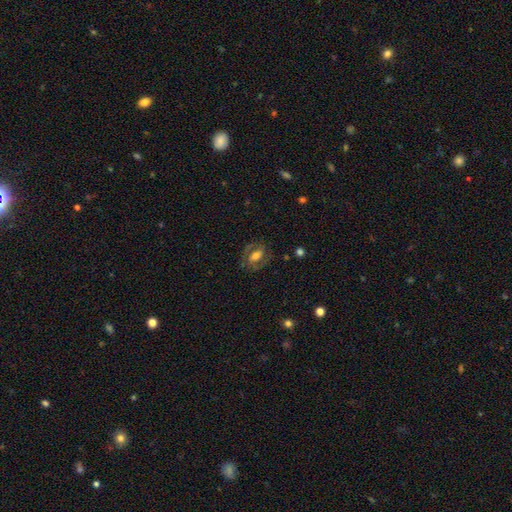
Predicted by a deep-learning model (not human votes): Smooth or featured?
  - featured or disk: 49% *
  - smooth: 42%
  - star or artifact: 9%
Merging?
  - none: 72% *
  - minor disturbance: 16%
  - major disturbance: 10%
  - merger: 1%